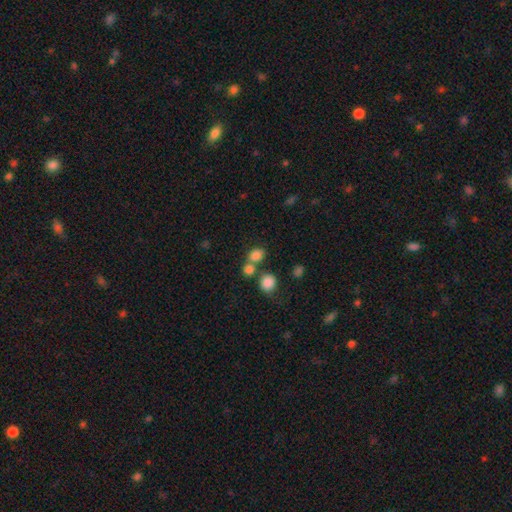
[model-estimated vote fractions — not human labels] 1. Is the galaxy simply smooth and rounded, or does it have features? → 80% smooth, 13% star or artifact, 7% featured or disk.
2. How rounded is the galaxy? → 52% round, 47% in between, 1% cigar-shaped.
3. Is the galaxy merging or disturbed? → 50% none, 36% merger, 10% minor disturbance, 4% major disturbance.